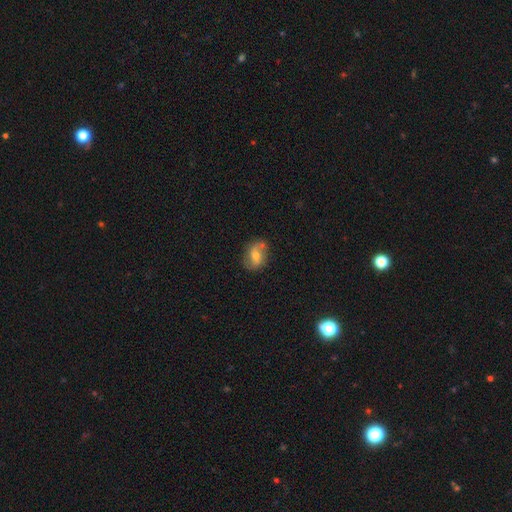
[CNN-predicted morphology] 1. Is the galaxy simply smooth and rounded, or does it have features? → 52% featured or disk, 39% smooth, 9% star or artifact.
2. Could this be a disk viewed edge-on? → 95% no, 5% yes.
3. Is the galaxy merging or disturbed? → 68% none, 19% minor disturbance, 7% merger, 5% major disturbance.